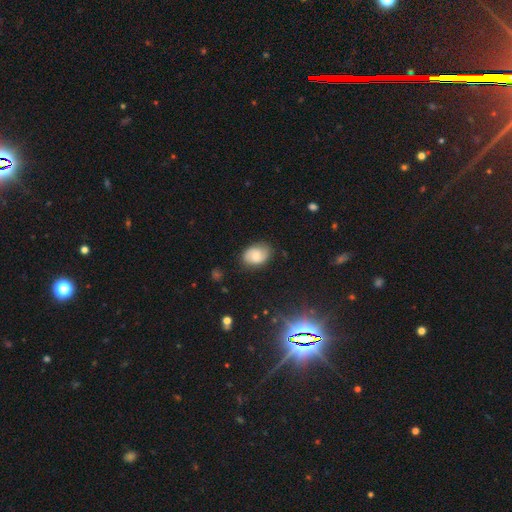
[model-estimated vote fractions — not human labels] Smooth or featured: smooth — 59% (featured or disk — 32%)
How rounded: in between — 76% (round — 23%)
Merging: none — 78% (minor disturbance — 17%)